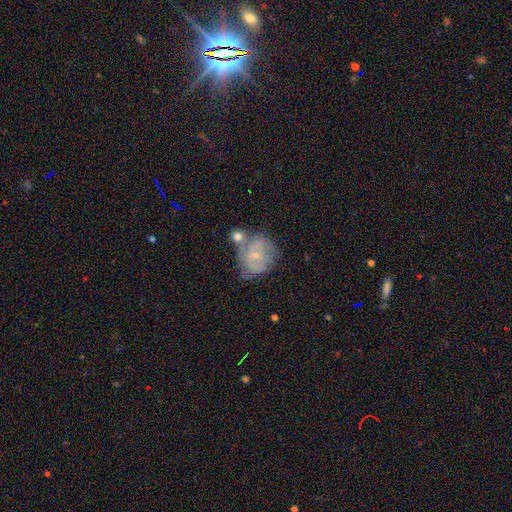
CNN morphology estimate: Q: Smooth or featured?
A: featured or disk (60%); runner-up: smooth (31%)
Q: Edge-on disk?
A: no (97%); runner-up: yes (3%)
Q: Bar?
A: no (68%); runner-up: weak (27%)
Q: Spiral arms?
A: yes (73%); runner-up: no (27%)
Q: Bulge size?
A: small (73%); runner-up: moderate (21%)
Q: Merging?
A: none (39%); runner-up: minor disturbance (24%)